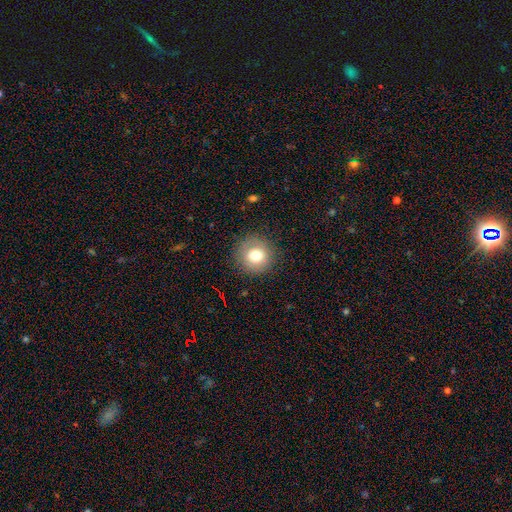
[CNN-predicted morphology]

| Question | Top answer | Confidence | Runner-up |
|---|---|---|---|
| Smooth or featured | smooth | 75% | featured or disk (13%) |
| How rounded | round | 93% | in between (6%) |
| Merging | none | 88% | minor disturbance (8%) |